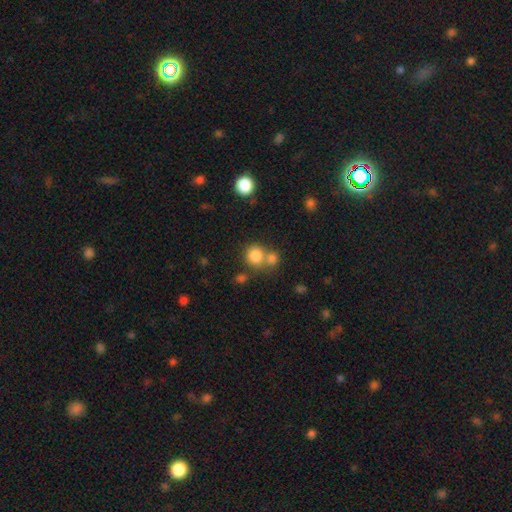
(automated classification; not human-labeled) This appears to be a smooth galaxy with no disk features (81%) that is round (85%). Merging: none (54%).